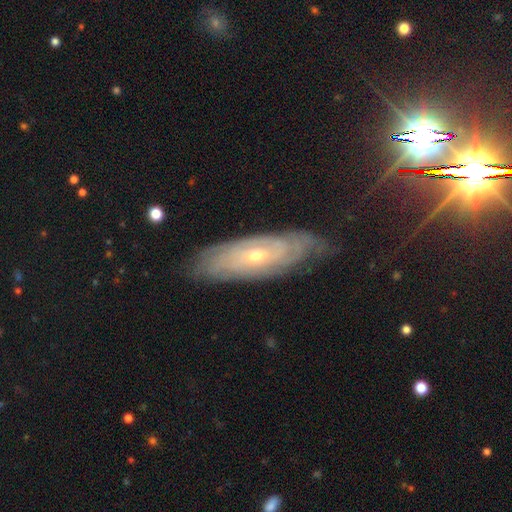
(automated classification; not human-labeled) smooth-or-featured: featured or disk: 76% | smooth: 18% | star or artifact: 6%
  disk-edge-on: no: 83% | yes: 17%
    bar: no: 68% | weak: 26% | strong: 7%
    has-spiral-arms: yes: 87% | no: 13%
      spiral-winding: tight: 75% | medium: 19% | loose: 6%
      spiral-arm-count: can't tell: 63% | 2: 13% | 3: 8% | 4: 8% | more than 4: 6% | 1: 4%
    bulge-size: small: 60% | moderate: 37% | large: 1% | none: 1% | dominant: 1%
  merging: none: 72% | minor disturbance: 20% | major disturbance: 6% | merger: 1%